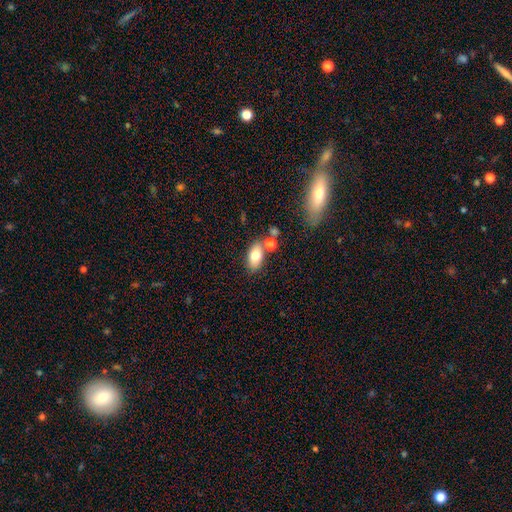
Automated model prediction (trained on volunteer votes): A smooth galaxy with no disk features (77%) that is in between round and cigar-shaped (89%).

Vote fractions:
- Smooth or featured? smooth: 77% / featured or disk: 14% / star or artifact: 8%
- How rounded? in between: 89% / round: 7% / cigar-shaped: 4%
- Merging? none: 67% / merger: 16% / minor disturbance: 13% / major disturbance: 4%